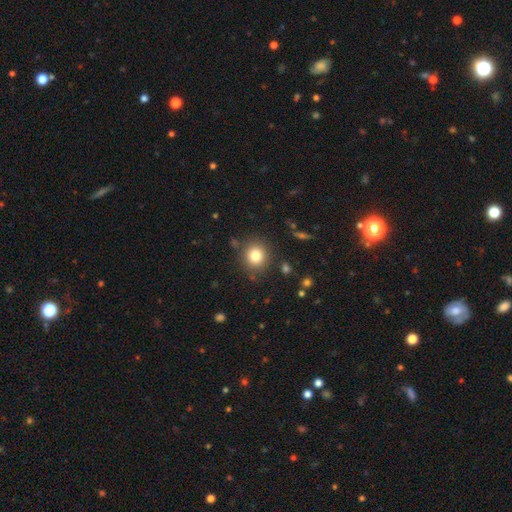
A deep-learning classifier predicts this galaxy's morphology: This appears to be a smooth galaxy with no disk features (81%) that is round (86%). Merging: none (86%).